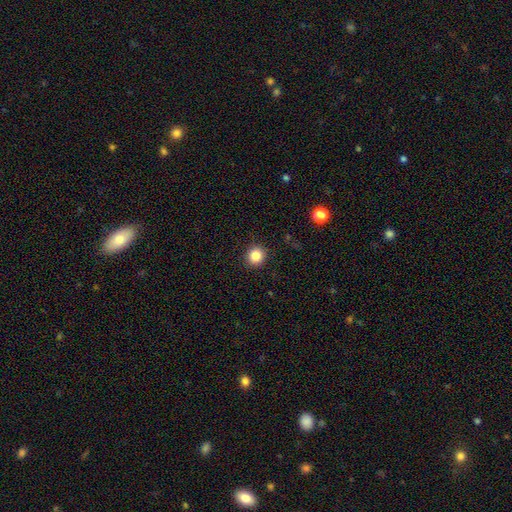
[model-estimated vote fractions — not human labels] smooth-or-featured: smooth: 85% | star or artifact: 10% | featured or disk: 5%
  how-rounded: round: 91% | in between: 9% | cigar-shaped: 1%
  merging: none: 91% | minor disturbance: 6% | major disturbance: 2% | merger: 1%